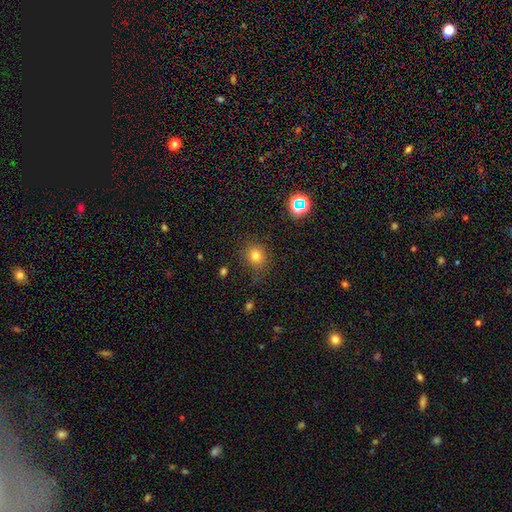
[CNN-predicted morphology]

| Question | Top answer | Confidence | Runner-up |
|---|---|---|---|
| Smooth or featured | smooth | 76% | star or artifact (16%) |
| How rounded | round | 76% | in between (23%) |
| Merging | none | 74% | minor disturbance (17%) |